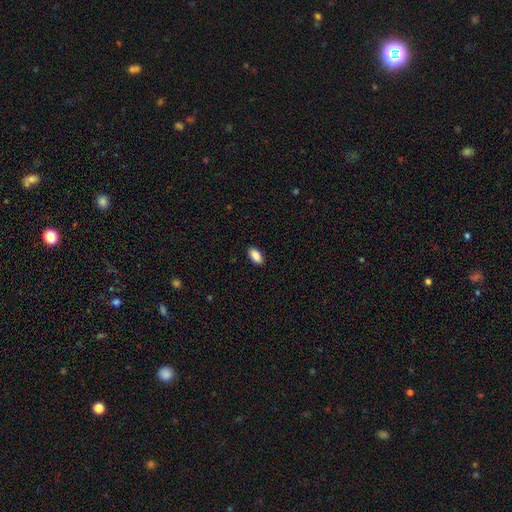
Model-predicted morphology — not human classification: Smooth or featured: smooth — 90% (star or artifact — 7%)
How rounded: in between — 93% (cigar-shaped — 5%)
Merging: none — 90% (minor disturbance — 8%)